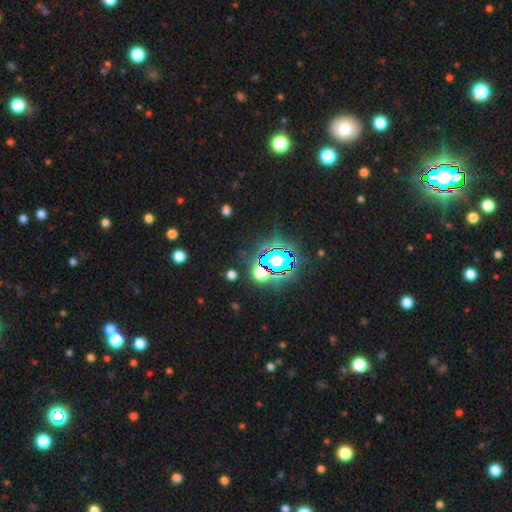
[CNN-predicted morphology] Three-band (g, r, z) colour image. It shows a star or artifact, not a galaxy (83%).